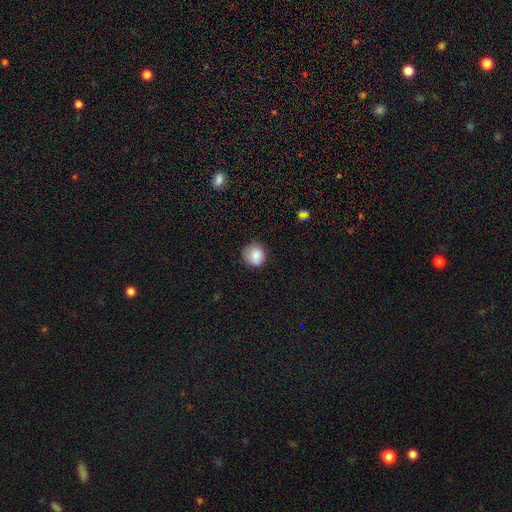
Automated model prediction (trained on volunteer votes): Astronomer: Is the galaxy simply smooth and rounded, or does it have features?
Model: smooth — 81%.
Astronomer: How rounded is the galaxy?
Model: round — 88%.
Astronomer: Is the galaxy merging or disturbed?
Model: none — 77%.